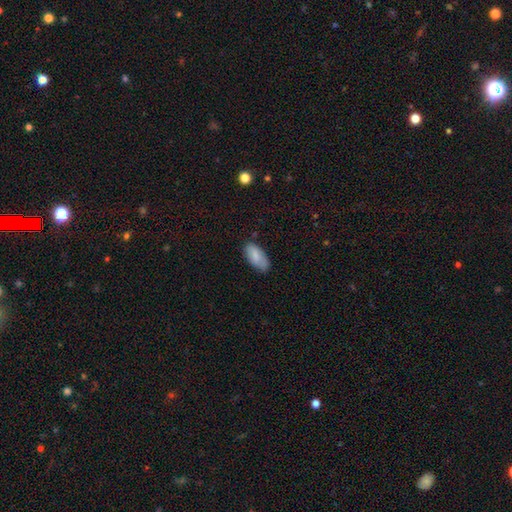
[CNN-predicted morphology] This appears to be a smooth galaxy with no disk features (83%) that is in between round and cigar-shaped (92%). Merging: none (74%).